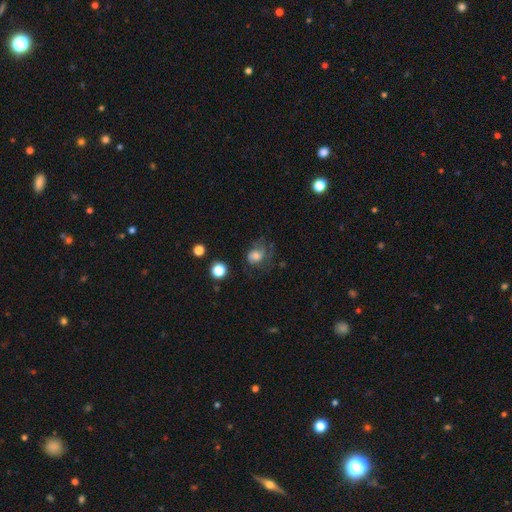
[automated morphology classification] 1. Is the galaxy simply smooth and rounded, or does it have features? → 57% smooth, 29% featured or disk, 14% star or artifact.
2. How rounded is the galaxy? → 52% round, 47% in between, 1% cigar-shaped.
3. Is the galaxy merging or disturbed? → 40% none, 31% major disturbance, 26% minor disturbance, 3% merger.